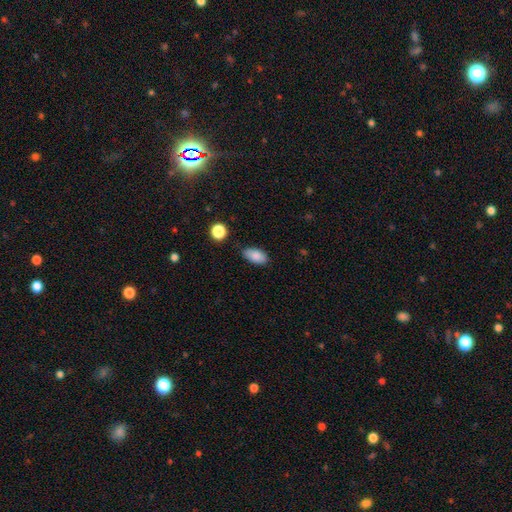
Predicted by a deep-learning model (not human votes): Overall: smooth (86%). How rounded: in between (91%). Merging: none (76%).